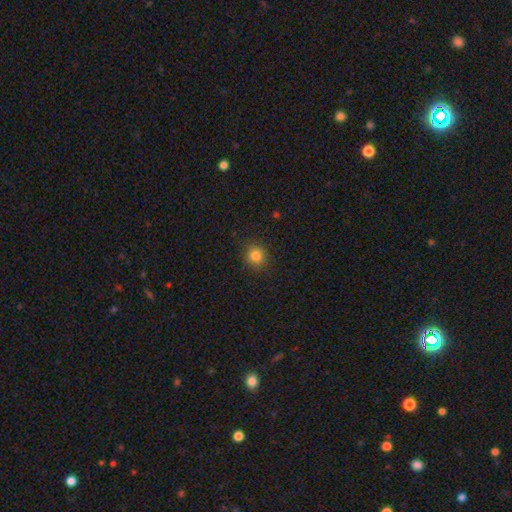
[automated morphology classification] smooth_or_featured: smooth (p=0.82) [alt: star or artifact p=0.13]
how_rounded: round (p=0.88) [alt: in between p=0.11]
merging: none (p=0.89) [alt: minor disturbance p=0.07]